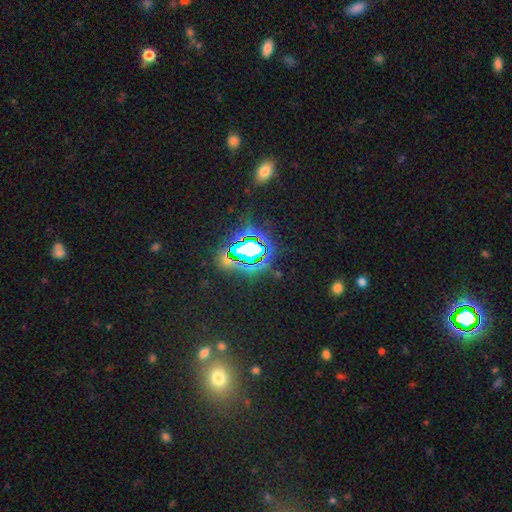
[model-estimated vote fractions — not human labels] The model was most divided on "smooth or featured": star or artifact: 75%, smooth: 14%, featured or disk: 11%.